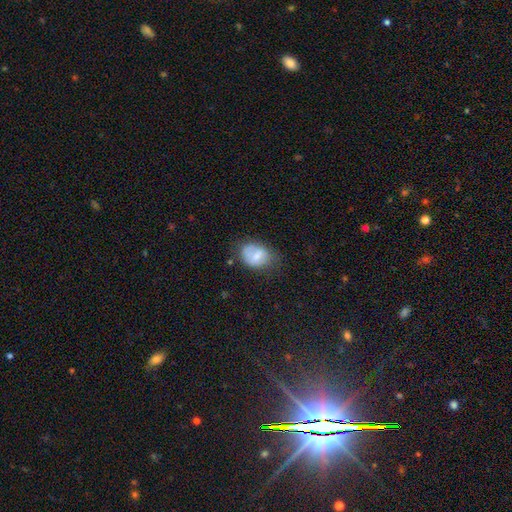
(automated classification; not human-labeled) Morphology: type=smooth (65%); roundness=in between (70%); merging=none (51%).